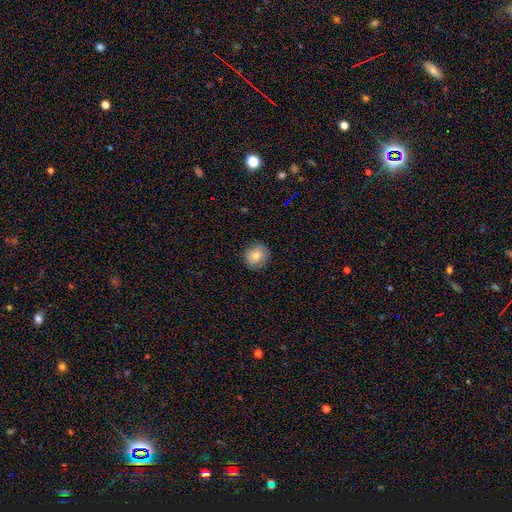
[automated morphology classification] A smooth galaxy with no disk features (73%) that is round (87%).

Vote fractions:
- Smooth or featured? smooth: 73% / featured or disk: 17% / star or artifact: 11%
- How rounded? round: 87% / in between: 12% / cigar-shaped: 1%
- Merging? none: 85% / minor disturbance: 11% / major disturbance: 3% / merger: 1%